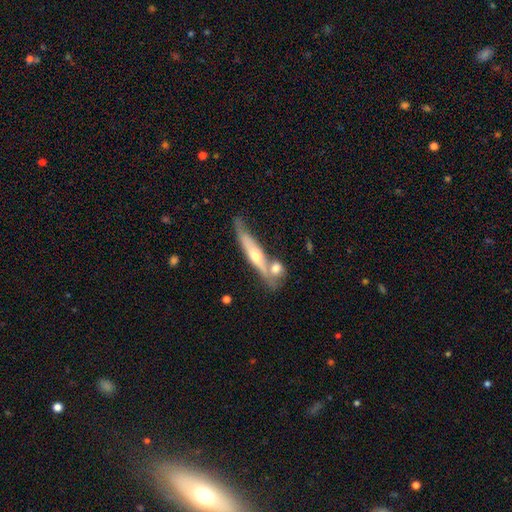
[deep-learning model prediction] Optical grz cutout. It shows a featured or disk galaxy (64%) viewed edge-on (84%) with a rounded central bulge (88%). Merging: none (54%).